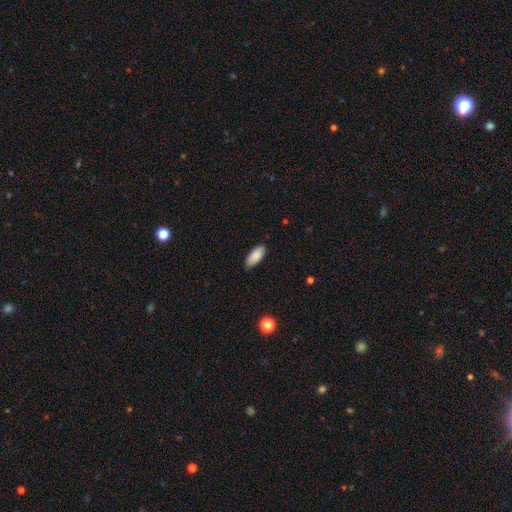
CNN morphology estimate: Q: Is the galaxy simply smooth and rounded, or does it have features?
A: smooth — 88%.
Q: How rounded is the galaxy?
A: in between — 87%.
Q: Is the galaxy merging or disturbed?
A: none — 84%.